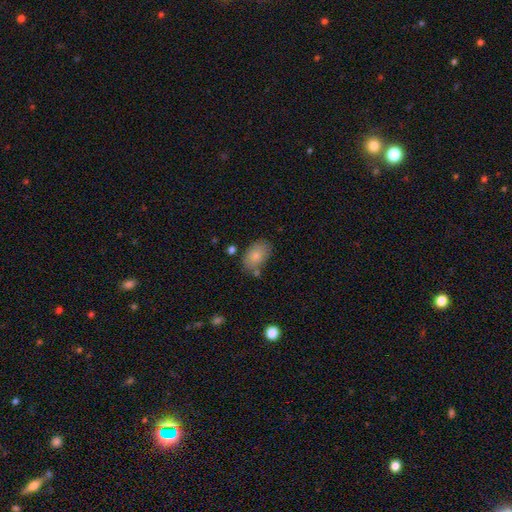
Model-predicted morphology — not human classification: A smooth galaxy with no disk features (81%) that is in between round and cigar-shaped (90%). Merging: none (73%).